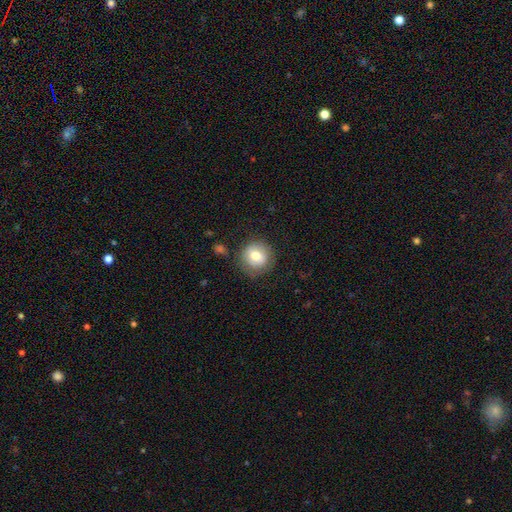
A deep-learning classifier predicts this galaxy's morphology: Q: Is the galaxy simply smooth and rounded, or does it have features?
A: smooth — 75%.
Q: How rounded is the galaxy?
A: round — 89%.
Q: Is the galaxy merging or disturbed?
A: none — 80%.